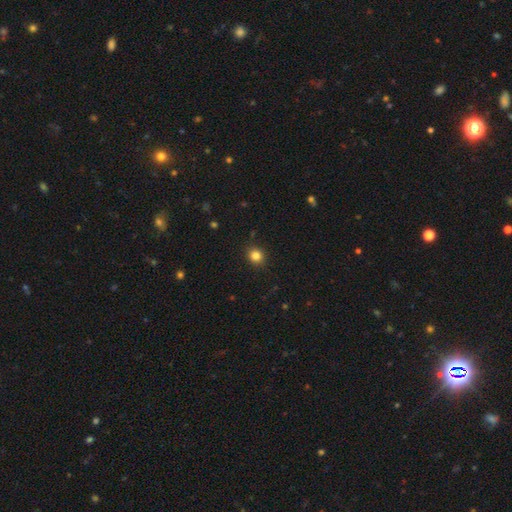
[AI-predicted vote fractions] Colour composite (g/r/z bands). It shows a smooth galaxy with no disk features (84%) that is round (86%). Merging: none (90%).